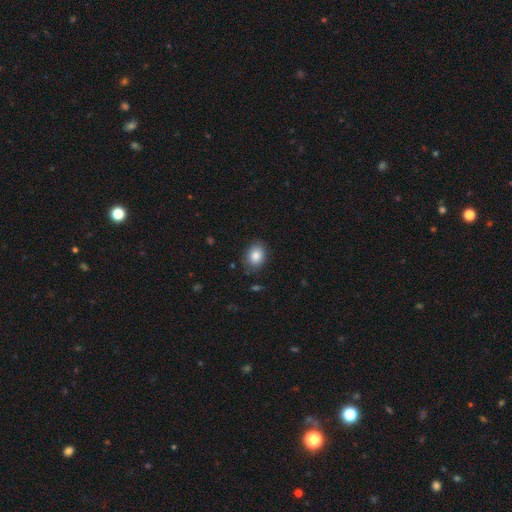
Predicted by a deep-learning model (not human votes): A smooth galaxy with no disk features (85%) that is in between round and cigar-shaped (61%).

Vote fractions:
- Smooth or featured? smooth: 85% / star or artifact: 8% / featured or disk: 7%
- How rounded? in between: 61% / round: 38% / cigar-shaped: 1%
- Merging? none: 81% / minor disturbance: 14% / major disturbance: 3% / merger: 1%